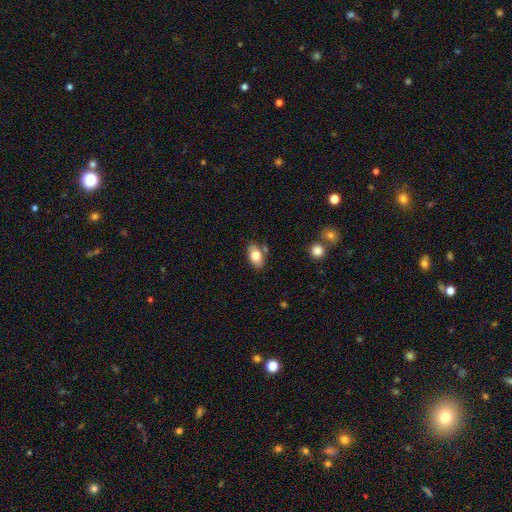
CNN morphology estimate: The model was most divided on "smooth or featured": smooth: 78%, featured or disk: 14%, star or artifact: 7%. More confident: how rounded — in between (91%); merging — none (78%).